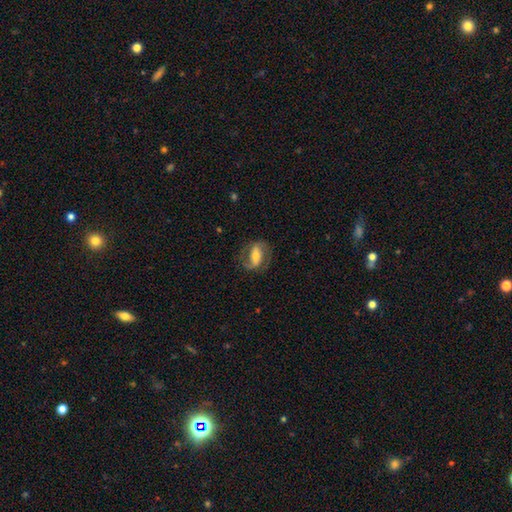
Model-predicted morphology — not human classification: Overall: featured or disk (73%). Edge-on disk: no (95%). Bar: strong (46%; weak 32%). Spiral arms: yes (88%). Spiral arm count: 2 (84%). Spiral winding: medium (48%; loose 26%). Bulge size: moderate (55%; small 32%). Merging: none (72%).